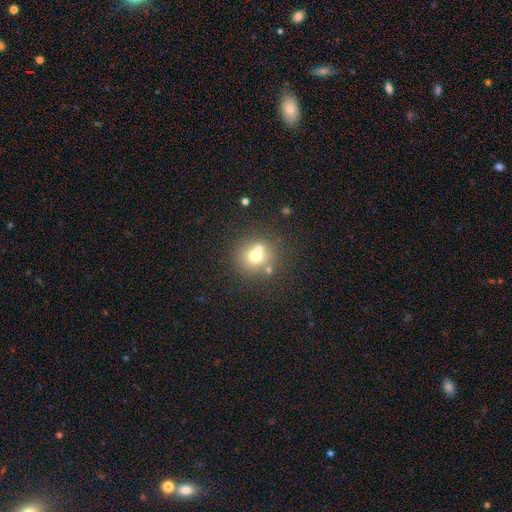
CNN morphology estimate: A smooth galaxy with no disk features (65%) that is round (88%).

Vote fractions:
- Smooth or featured? smooth: 65% / featured or disk: 20% / star or artifact: 15%
- How rounded? round: 88% / in between: 11% / cigar-shaped: 1%
- Merging? none: 56% / merger: 31% / minor disturbance: 9% / major disturbance: 4%